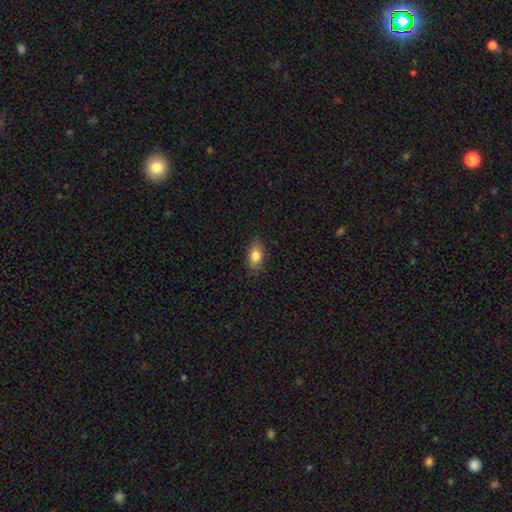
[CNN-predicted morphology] This is clearly a smooth galaxy (82%). How rounded: clearly in between (85%). Merging: clearly none (84%).